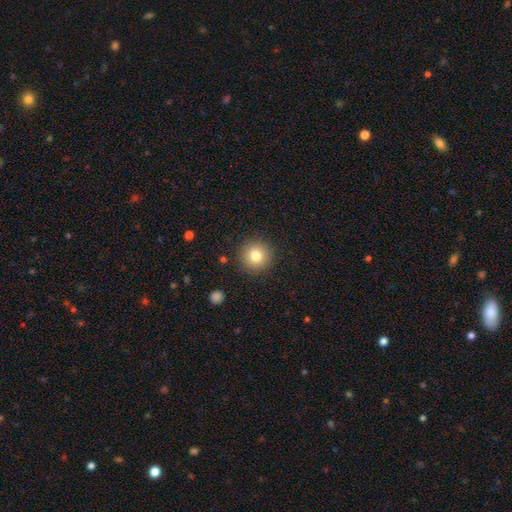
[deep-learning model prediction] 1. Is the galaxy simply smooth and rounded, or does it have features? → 80% smooth, 11% star or artifact, 9% featured or disk.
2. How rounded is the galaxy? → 95% round, 4% in between, 1% cigar-shaped.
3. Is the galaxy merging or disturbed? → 91% none, 6% minor disturbance, 2% major disturbance, 1% merger.